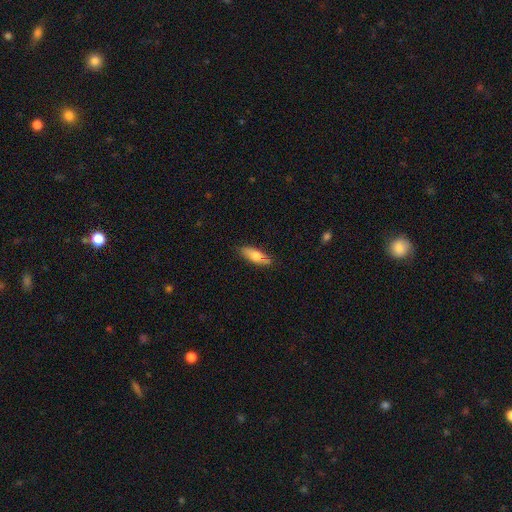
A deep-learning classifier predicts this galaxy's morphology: smooth_or_featured: smooth (p=0.63) [alt: featured or disk p=0.30]
how_rounded: in between (p=0.64) [alt: cigar-shaped p=0.33]
merging: none (p=0.80) [alt: minor disturbance p=0.16]